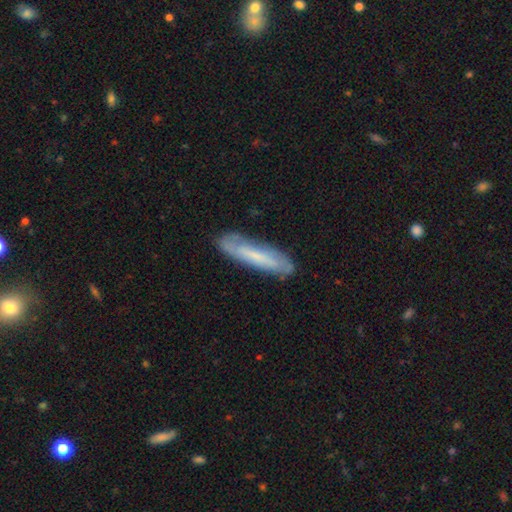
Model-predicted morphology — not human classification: A smooth galaxy with no disk features (49%).

Vote fractions:
- Smooth or featured? smooth: 49% / featured or disk: 44% / star or artifact: 7%
- Merging? none: 78% / minor disturbance: 16% / major disturbance: 4% / merger: 2%